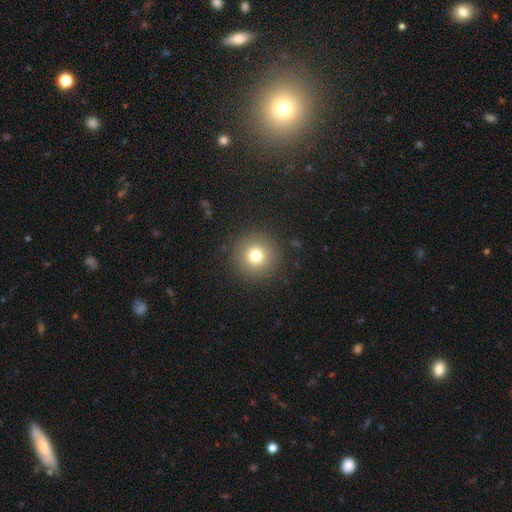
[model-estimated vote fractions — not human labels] This is likely a smooth galaxy (77%). How rounded: clearly round (96%). Merging: clearly none (91%).